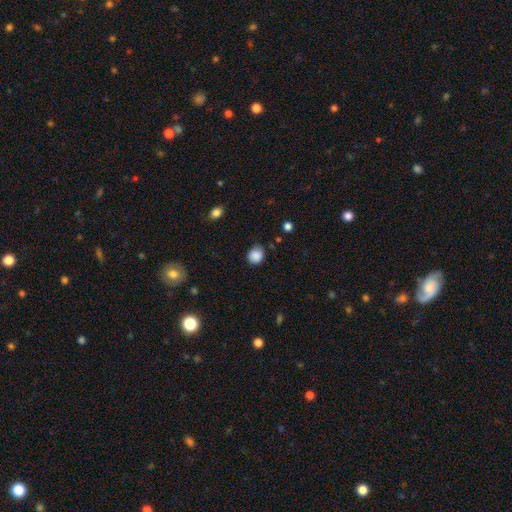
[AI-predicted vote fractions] Smooth or featured: smooth — 87% (star or artifact — 10%)
How rounded: round — 82% (in between — 17%)
Merging: none — 79% (minor disturbance — 15%)